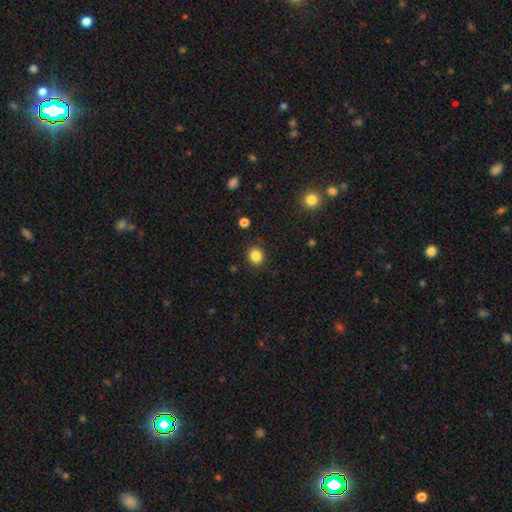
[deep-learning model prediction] Morphology: type=smooth (85%); roundness=round (76%); merging=none (89%).